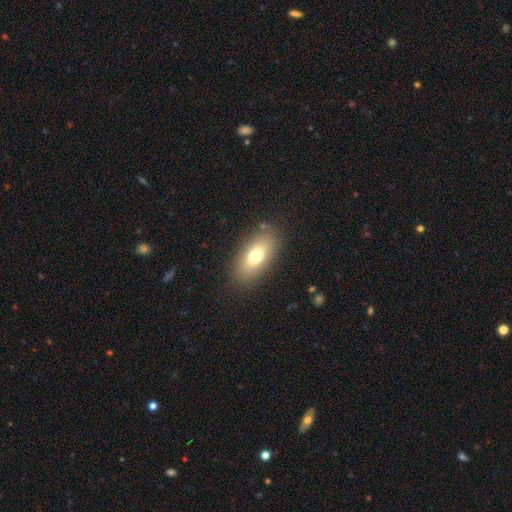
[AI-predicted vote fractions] This appears to be a smooth galaxy with no disk features (74%) that is in between round and cigar-shaped (88%). Merging: none (85%).